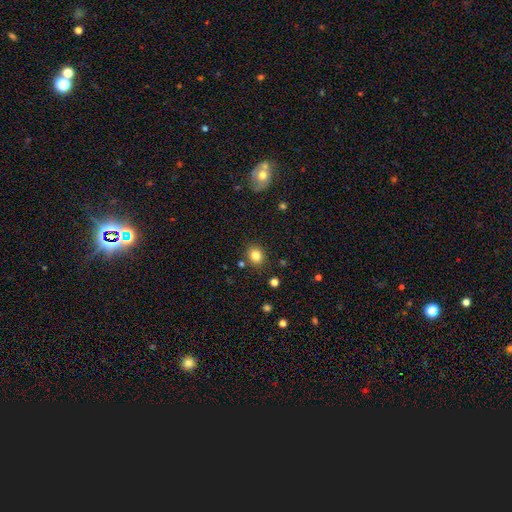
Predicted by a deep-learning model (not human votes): The model was most divided on "how rounded": round: 68%, in between: 32%, cigar-shaped: 1%. More confident: merging — none (84%); smooth or featured — smooth (82%).